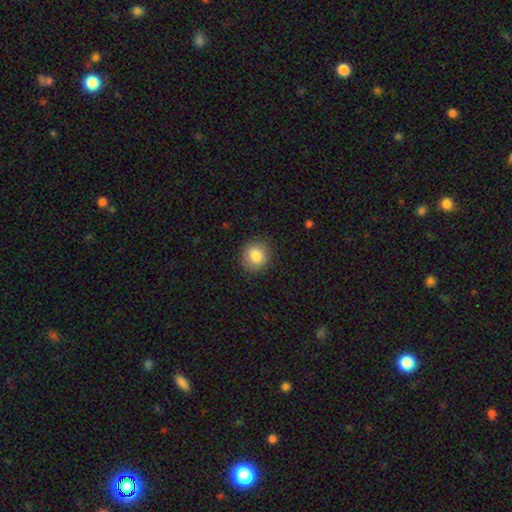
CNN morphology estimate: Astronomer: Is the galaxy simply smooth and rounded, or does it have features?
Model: smooth — 84%.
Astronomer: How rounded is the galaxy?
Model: round — 83%.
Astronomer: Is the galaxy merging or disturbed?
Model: none — 86%.